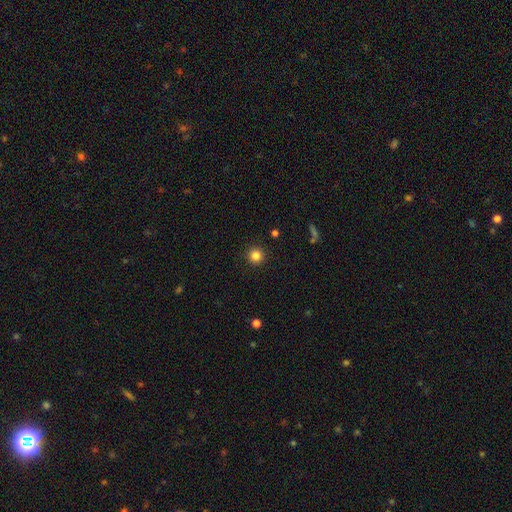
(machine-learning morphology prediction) A smooth galaxy with no disk features (84%) that is round (96%). Merging: none (93%).